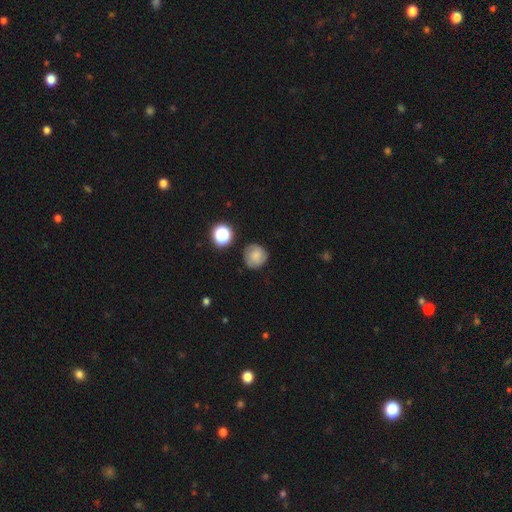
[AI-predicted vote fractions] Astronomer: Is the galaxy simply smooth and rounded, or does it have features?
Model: smooth — 69%.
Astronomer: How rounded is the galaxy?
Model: round — 92%.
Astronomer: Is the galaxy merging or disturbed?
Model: none — 81%.